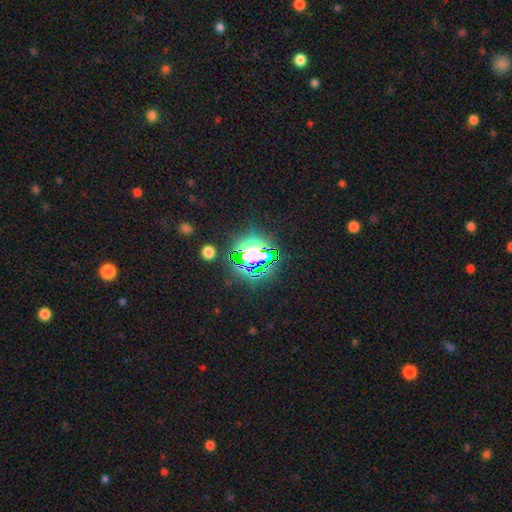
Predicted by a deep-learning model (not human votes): This appears to be a star or artifact, not a galaxy (69%).